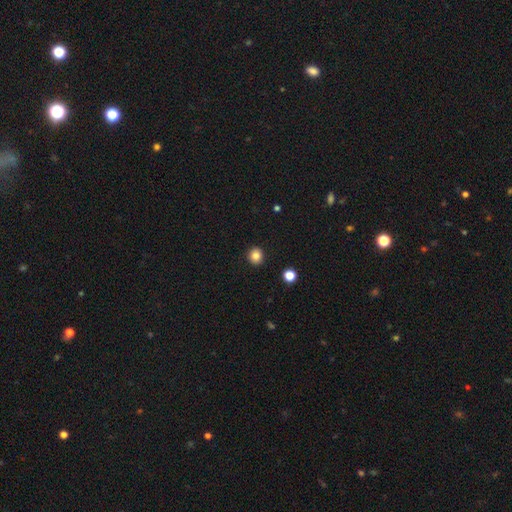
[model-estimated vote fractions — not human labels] Overall: smooth (83%). How rounded: round (89%). Merging: none (92%).